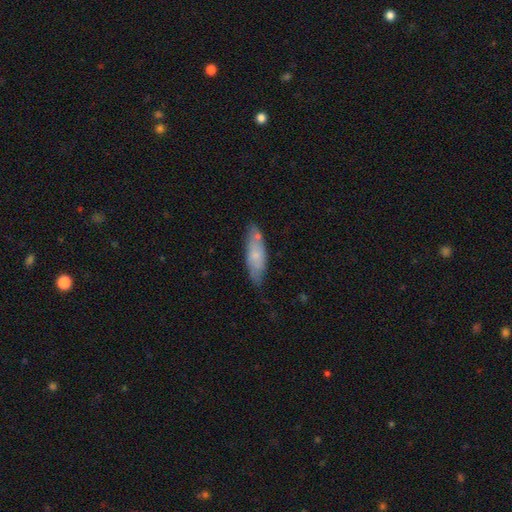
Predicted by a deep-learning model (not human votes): smooth_or_featured: smooth (p=0.65) [alt: featured or disk p=0.28]
how_rounded: in between (p=0.55) [alt: cigar-shaped p=0.44]
merging: none (p=0.67) [alt: minor disturbance p=0.22]